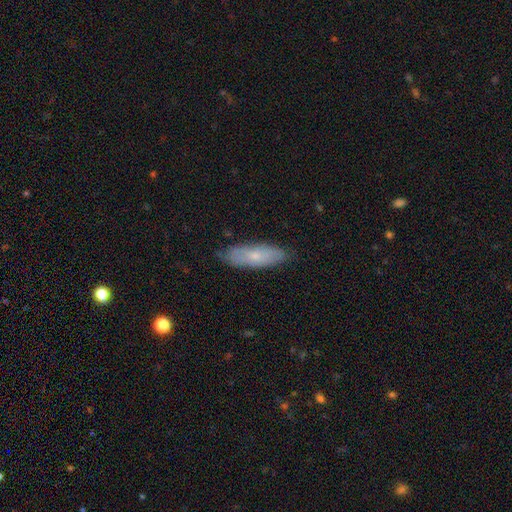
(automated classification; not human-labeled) A smooth galaxy with no disk features (62%) that is in between round and cigar-shaped (56%).

Vote fractions:
- Smooth or featured? smooth: 62% / featured or disk: 31% / star or artifact: 7%
- How rounded? in between: 56% / cigar-shaped: 42% / round: 2%
- Merging? none: 82% / minor disturbance: 14% / major disturbance: 2% / merger: 1%